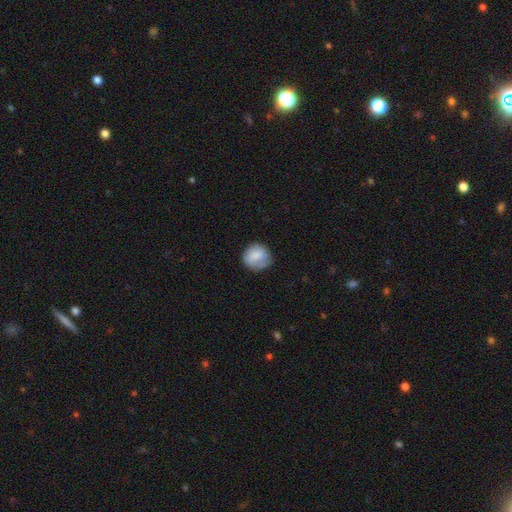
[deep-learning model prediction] Smooth or featured? Predicted: smooth (p=0.81). How rounded? Predicted: round (p=0.86). Merging? Predicted: none (p=0.70).